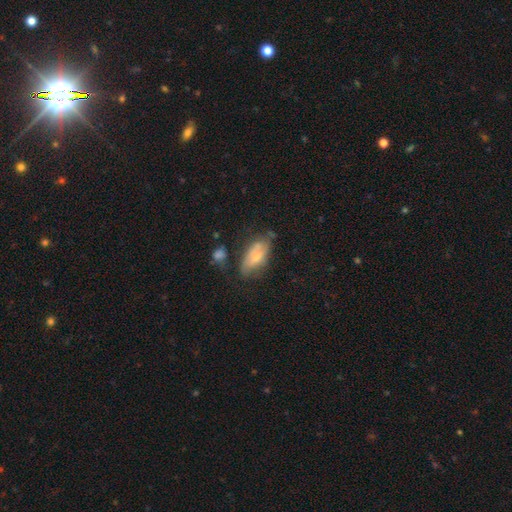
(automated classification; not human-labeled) smooth 62%, featured or disk 31%, star or artifact 7%. Down the decision tree: how rounded — in between (88%); merging — none (49%).